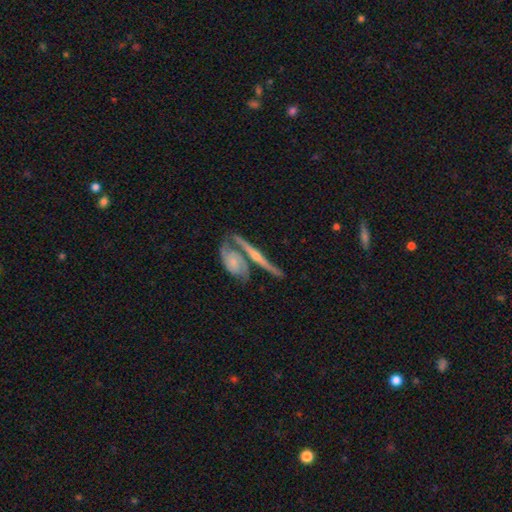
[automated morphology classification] type=featured or disk (74%); edge-on=yes (81%); edge-on bulge=rounded (74%); merging=none (55%).